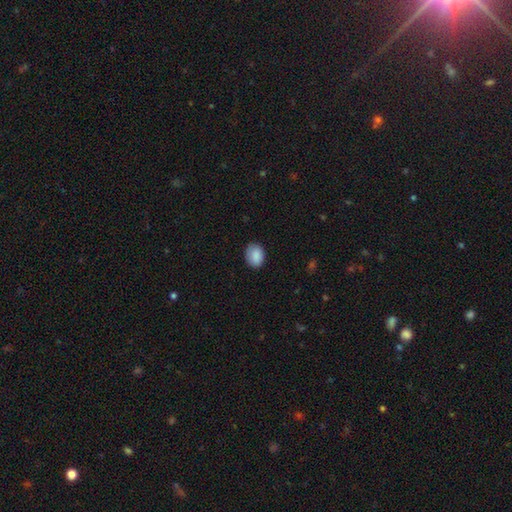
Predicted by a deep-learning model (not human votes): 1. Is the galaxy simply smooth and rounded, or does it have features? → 88% smooth, 7% star or artifact, 4% featured or disk.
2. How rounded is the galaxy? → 64% in between, 35% round, 1% cigar-shaped.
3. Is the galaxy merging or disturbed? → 81% none, 15% minor disturbance, 3% major disturbance, 1% merger.